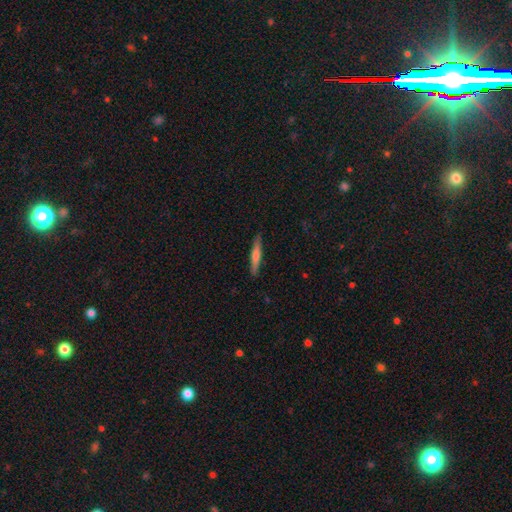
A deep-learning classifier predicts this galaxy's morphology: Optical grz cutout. It shows a smooth galaxy with no disk features (57%) that is cigar-shaped (93%). Merging: none (89%).